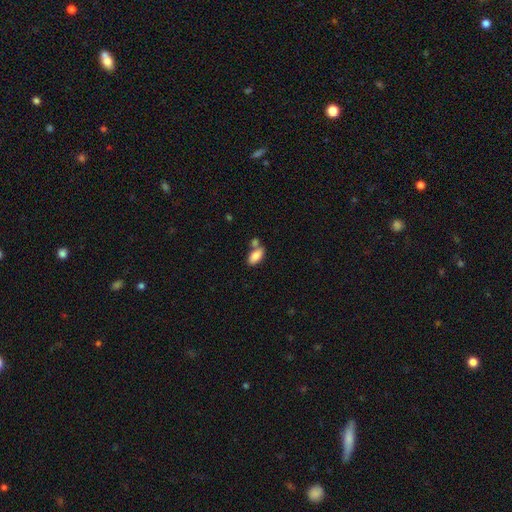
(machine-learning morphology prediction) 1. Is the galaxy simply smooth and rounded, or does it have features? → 86% smooth, 7% star or artifact, 7% featured or disk.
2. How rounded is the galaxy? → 92% in between, 5% cigar-shaped, 3% round.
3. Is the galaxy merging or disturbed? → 51% none, 33% merger, 12% minor disturbance, 4% major disturbance.